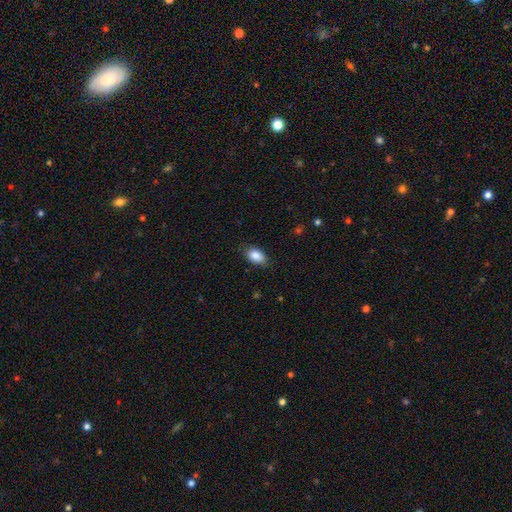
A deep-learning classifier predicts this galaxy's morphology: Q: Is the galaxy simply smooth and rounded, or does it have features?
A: smooth — 88%.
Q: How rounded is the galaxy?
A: in between — 91%.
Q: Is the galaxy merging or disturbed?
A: none — 81%.